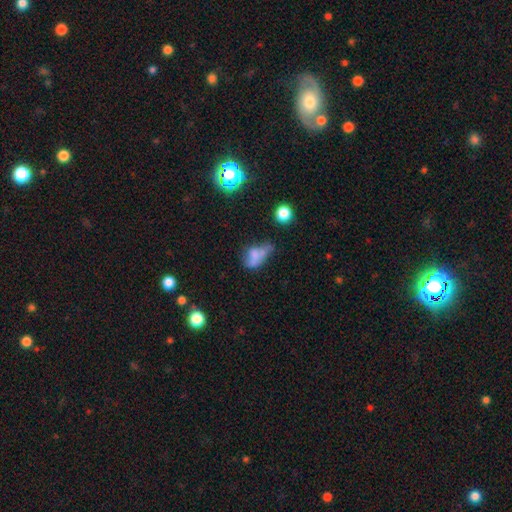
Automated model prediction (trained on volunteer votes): Smooth or featured?
  - smooth: 57% *
  - featured or disk: 28%
  - star or artifact: 16%
How rounded?
  - in between: 79% *
  - round: 12%
  - cigar-shaped: 9%
Merging?
  - major disturbance: 31% *
  - minor disturbance: 26%
  - none: 24%
  - merger: 19%